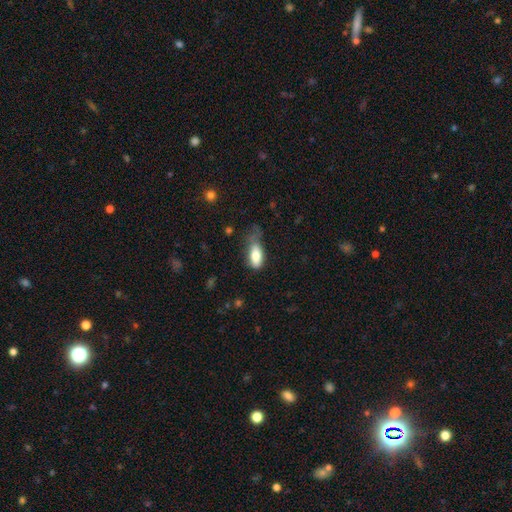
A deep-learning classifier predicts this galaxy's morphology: Smooth or featured? Predicted: smooth (p=0.81). How rounded? Predicted: in between (p=0.84). Merging? Predicted: minor disturbance (p=0.37).